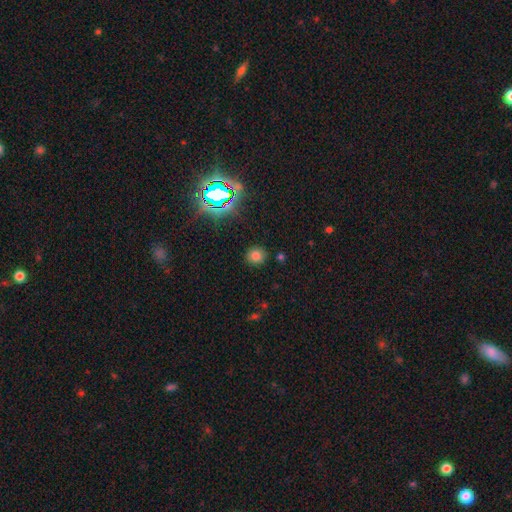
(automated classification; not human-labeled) smooth-or-featured: smooth: 73% | star or artifact: 21% | featured or disk: 6%
  how-rounded: round: 84% | in between: 15% | cigar-shaped: 1%
  merging: none: 87% | minor disturbance: 8% | major disturbance: 3% | merger: 2%